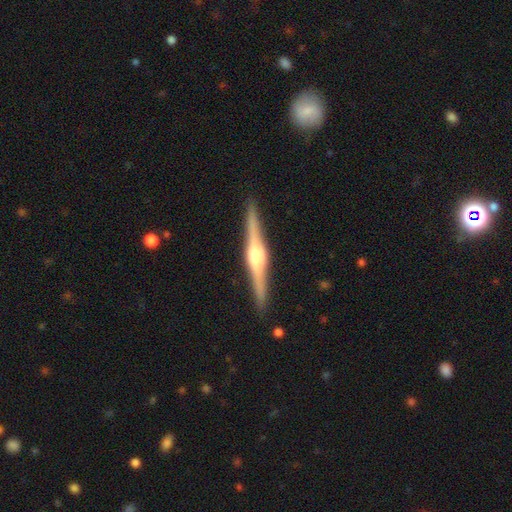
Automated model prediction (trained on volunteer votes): Smooth or featured? Predicted: featured or disk (p=0.86). Edge-on disk? Predicted: yes (p=0.98). Edge-on bulge? Predicted: rounded (p=0.76). Merging? Predicted: none (p=0.92).